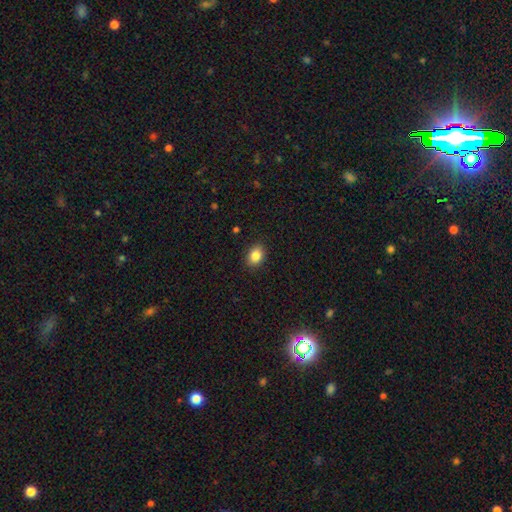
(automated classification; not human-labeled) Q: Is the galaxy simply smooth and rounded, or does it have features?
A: smooth — 85%.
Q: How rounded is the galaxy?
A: in between — 68%.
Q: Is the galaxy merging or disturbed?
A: none — 89%.